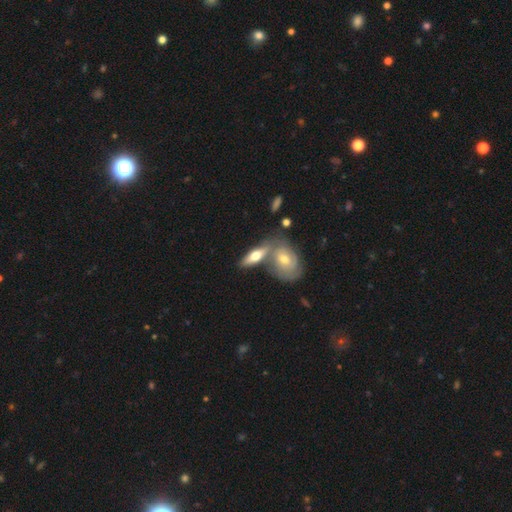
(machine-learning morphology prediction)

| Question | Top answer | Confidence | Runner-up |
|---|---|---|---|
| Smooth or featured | smooth | 50% | featured or disk (45%) |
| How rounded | in between | 61% | cigar-shaped (35%) |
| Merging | merger | 43% | none (42%) |